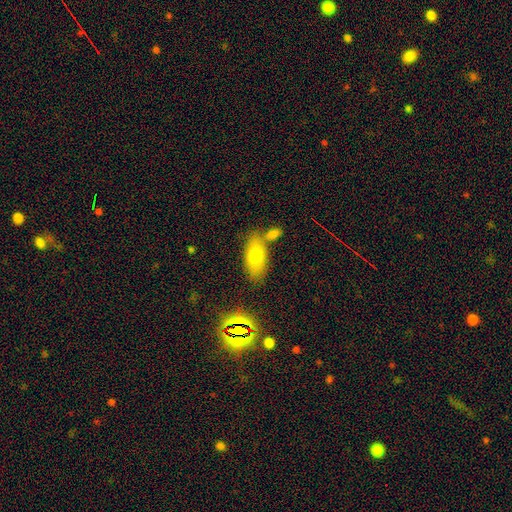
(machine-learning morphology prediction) This appears to be a smooth galaxy with no disk features (73%) that is in between round and cigar-shaped (90%). Merging: none (62%).